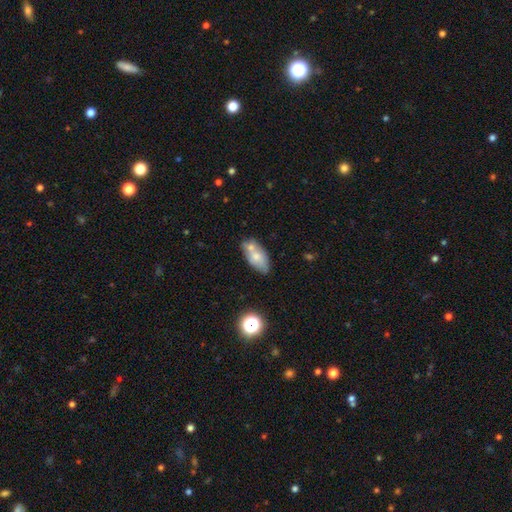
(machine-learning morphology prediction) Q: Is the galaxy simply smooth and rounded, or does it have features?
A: smooth — 62%.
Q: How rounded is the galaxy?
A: in between — 88%.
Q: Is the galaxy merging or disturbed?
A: none — 47%.